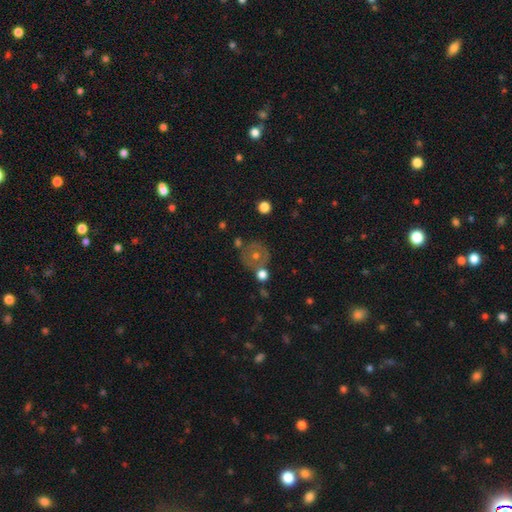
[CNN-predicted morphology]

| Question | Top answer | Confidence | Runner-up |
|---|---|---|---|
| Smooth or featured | featured or disk | 41% | smooth (40%) |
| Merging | none | 66% | minor disturbance (16%) |